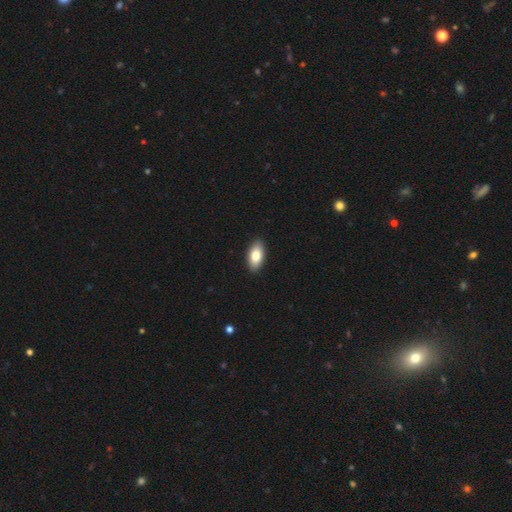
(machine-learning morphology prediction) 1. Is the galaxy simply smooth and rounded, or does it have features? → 78% smooth, 16% featured or disk, 6% star or artifact.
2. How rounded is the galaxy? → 91% in between, 6% cigar-shaped, 3% round.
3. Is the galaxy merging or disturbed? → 91% none, 6% minor disturbance, 1% major disturbance, 1% merger.